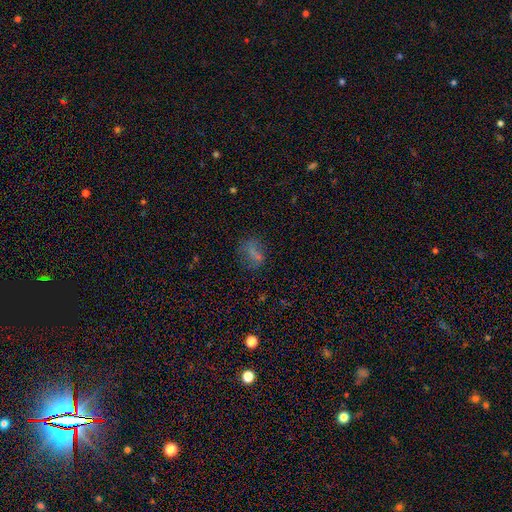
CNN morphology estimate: smooth-or-featured: smooth: 57% | star or artifact: 24% | featured or disk: 19%
  how-rounded: in between: 64% | round: 26% | cigar-shaped: 10%
  merging: none: 65% | minor disturbance: 18% | major disturbance: 11% | merger: 5%